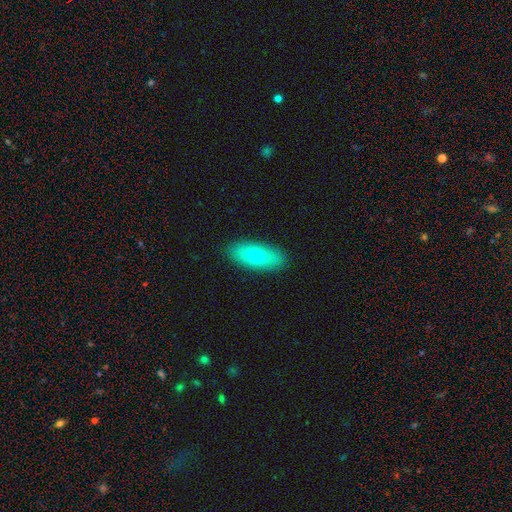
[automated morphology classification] This is likely a smooth galaxy (71%). How rounded: likely in between (80%). Merging: clearly none (89%).